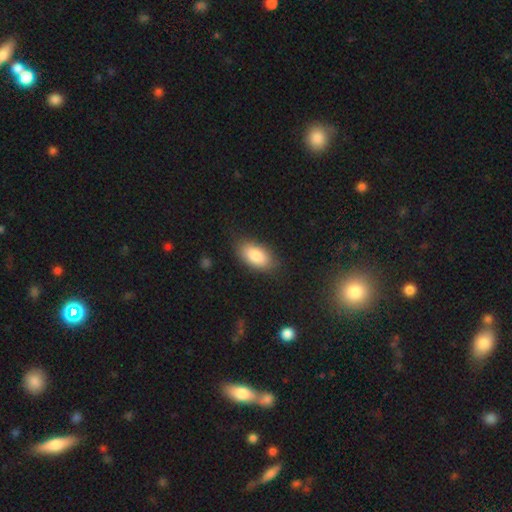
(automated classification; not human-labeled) A smooth galaxy with no disk features (84%) that is in between round and cigar-shaped (92%).

Vote fractions:
- Smooth or featured? smooth: 84% / featured or disk: 9% / star or artifact: 7%
- How rounded? in between: 92% / cigar-shaped: 4% / round: 4%
- Merging? none: 79% / minor disturbance: 15% / major disturbance: 4% / merger: 1%